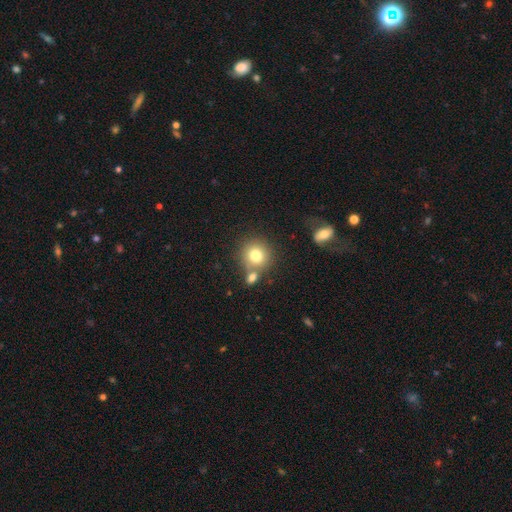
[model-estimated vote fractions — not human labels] This appears to be a smooth galaxy with no disk features (78%) that is round (89%). Merging: none (63%).